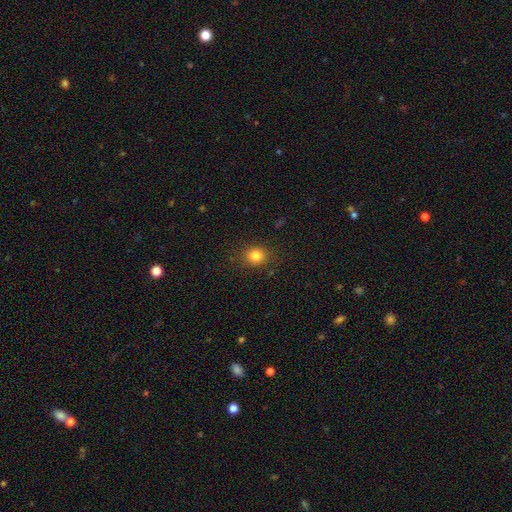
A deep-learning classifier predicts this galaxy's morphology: Smooth or featured?
  - smooth: 82% *
  - star or artifact: 12%
  - featured or disk: 6%
How rounded?
  - round: 75% *
  - in between: 24%
  - cigar-shaped: 1%
Merging?
  - none: 87% *
  - minor disturbance: 9%
  - major disturbance: 3%
  - merger: 1%